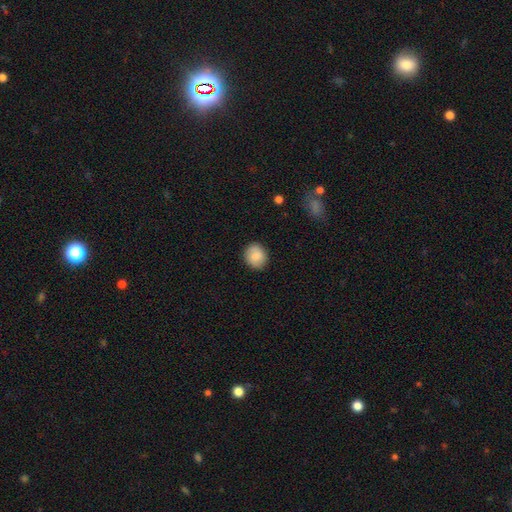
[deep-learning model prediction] smooth_or_featured: smooth (p=0.85) [alt: featured or disk p=0.08]
how_rounded: round (p=0.79) [alt: in between p=0.20]
merging: none (p=0.88) [alt: minor disturbance p=0.08]